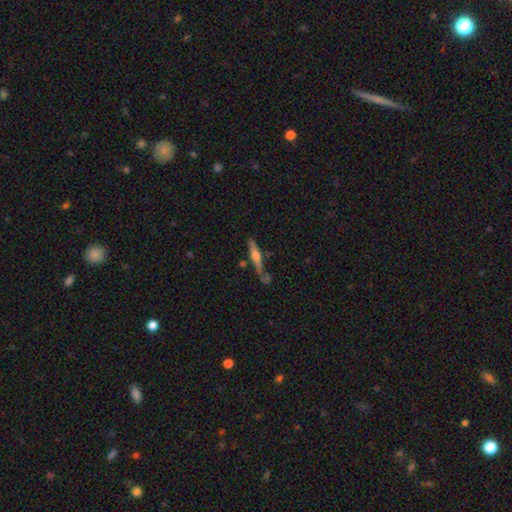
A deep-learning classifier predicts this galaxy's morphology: A featured or disk galaxy (57%) viewed edge-on (94%) with a rounded central bulge (74%). Merging: none (65%).